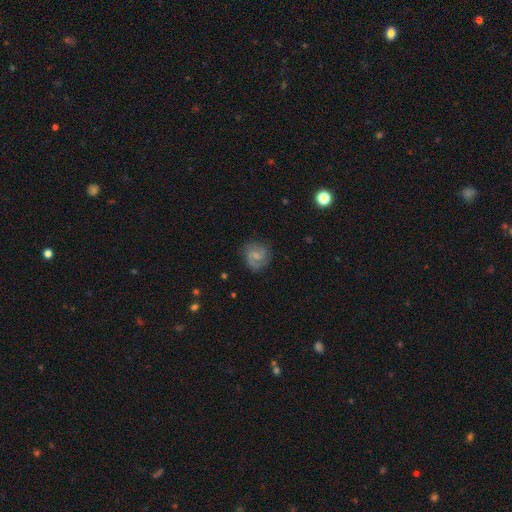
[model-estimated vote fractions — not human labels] A featured or disk galaxy (76%) with a weak bar (57%), 2 (83%) medium (49%) spiral arms (95%) and a small central bulge (55%). Merging: none (78%).